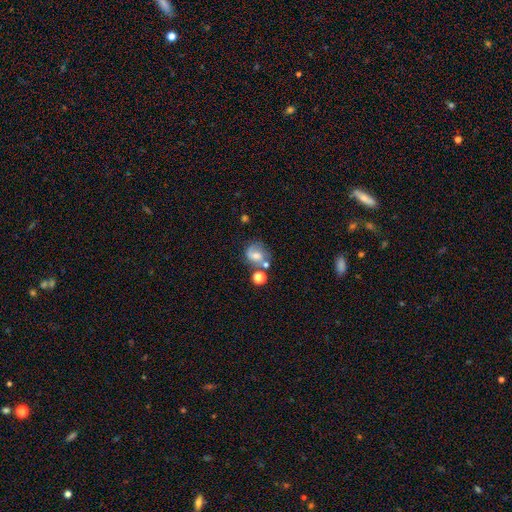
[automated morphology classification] This is possibly a smooth galaxy (46%). Merging: possibly none (47%).